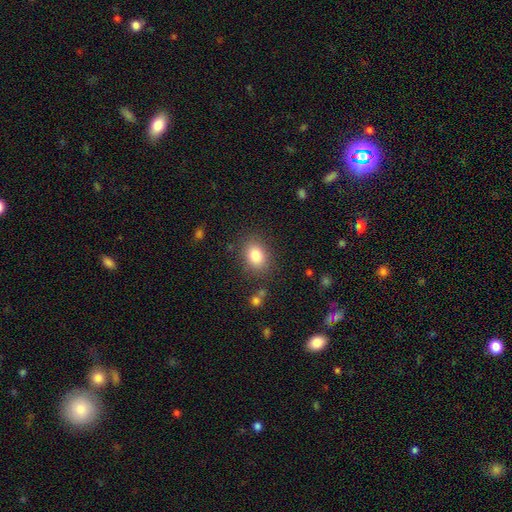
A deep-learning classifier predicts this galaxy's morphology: Smooth or featured: smooth — 83% (star or artifact — 10%)
How rounded: in between — 61% (round — 38%)
Merging: none — 83% (minor disturbance — 11%)